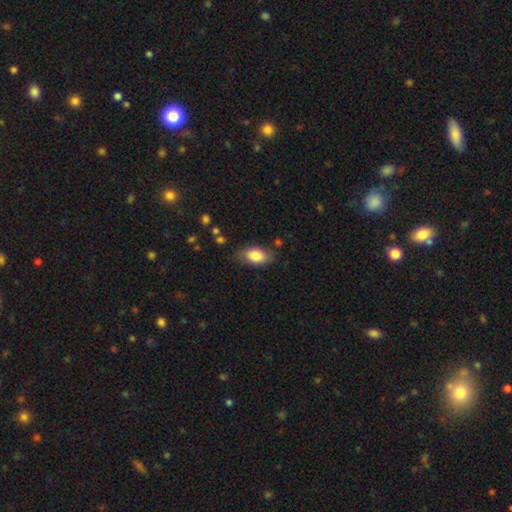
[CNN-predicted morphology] This appears to be a smooth galaxy with no disk features (83%) that is in between round and cigar-shaped (90%). Merging: none (75%).